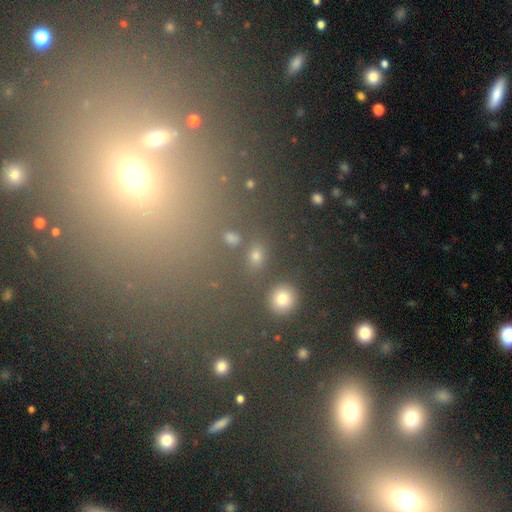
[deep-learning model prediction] This is possibly a smooth galaxy (55%). How rounded: likely round (65%). Merging: likely none (77%).